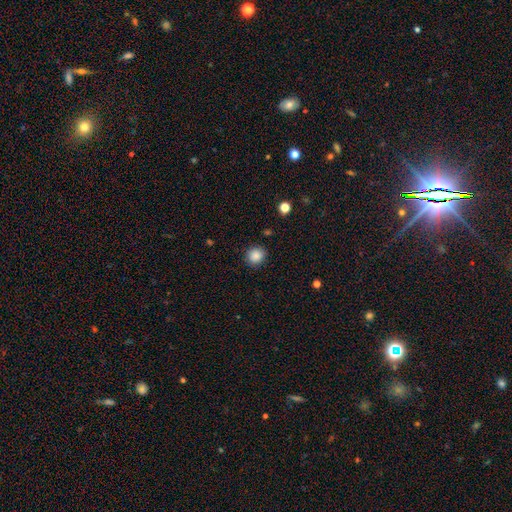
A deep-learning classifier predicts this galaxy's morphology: Smooth or featured?
  - smooth: 87% *
  - star or artifact: 10%
  - featured or disk: 4%
How rounded?
  - round: 89% *
  - in between: 10%
  - cigar-shaped: 1%
Merging?
  - none: 89% *
  - minor disturbance: 7%
  - major disturbance: 2%
  - merger: 1%